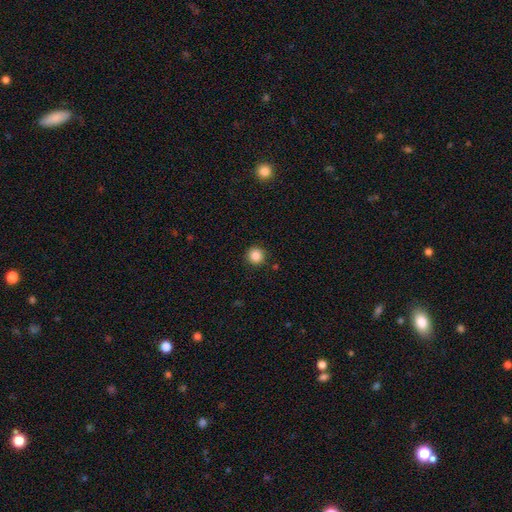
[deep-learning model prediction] A smooth galaxy with no disk features (86%) that is round (95%).

Vote fractions:
- Smooth or featured? smooth: 86% / star or artifact: 10% / featured or disk: 4%
- How rounded? round: 95% / in between: 4% / cigar-shaped: 1%
- Merging? none: 91% / minor disturbance: 6% / major disturbance: 2% / merger: 1%